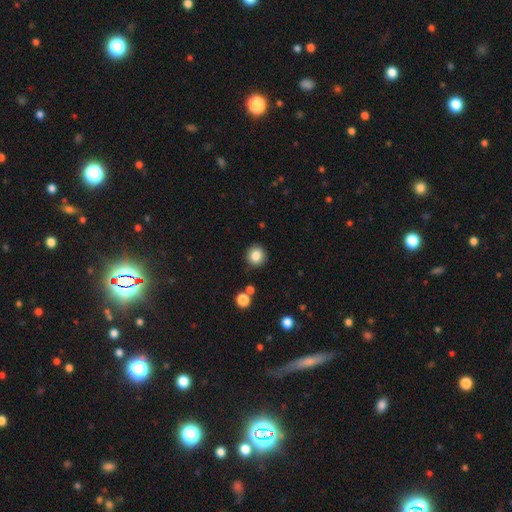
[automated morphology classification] Smooth or featured?
  - smooth: 85% *
  - star or artifact: 10%
  - featured or disk: 5%
How rounded?
  - round: 89% *
  - in between: 10%
  - cigar-shaped: 1%
Merging?
  - none: 88% *
  - minor disturbance: 7%
  - merger: 3%
  - major disturbance: 2%